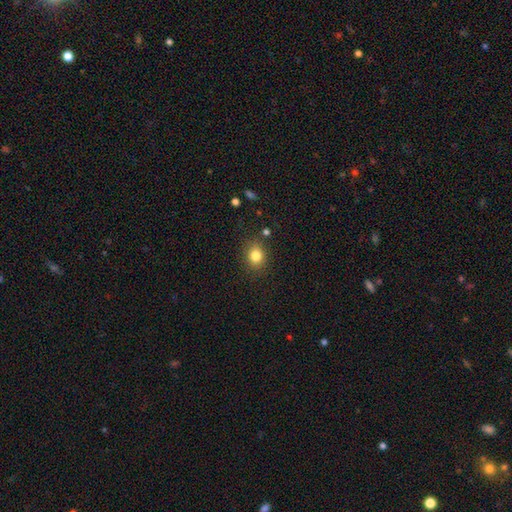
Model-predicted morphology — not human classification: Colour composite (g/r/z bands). It shows a smooth galaxy with no disk features (82%) that is round (59%). Merging: none (82%).